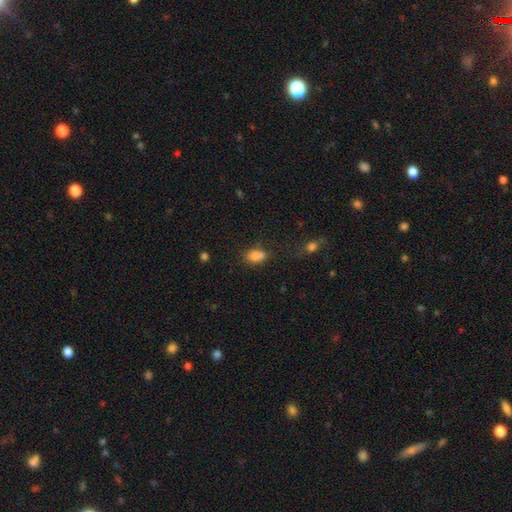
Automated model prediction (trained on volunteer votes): Smooth or featured?
  - smooth: 76% *
  - star or artifact: 12%
  - featured or disk: 12%
How rounded?
  - in between: 67% *
  - round: 31%
  - cigar-shaped: 2%
Merging?
  - none: 48% *
  - merger: 30%
  - minor disturbance: 16%
  - major disturbance: 5%